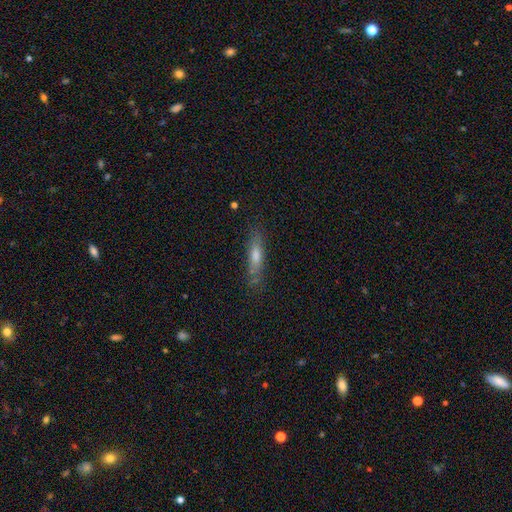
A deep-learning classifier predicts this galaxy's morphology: The model was most divided on "smooth or featured": smooth: 60%, featured or disk: 31%, star or artifact: 9%. More confident: how rounded — cigar-shaped (73%); merging — none (72%).